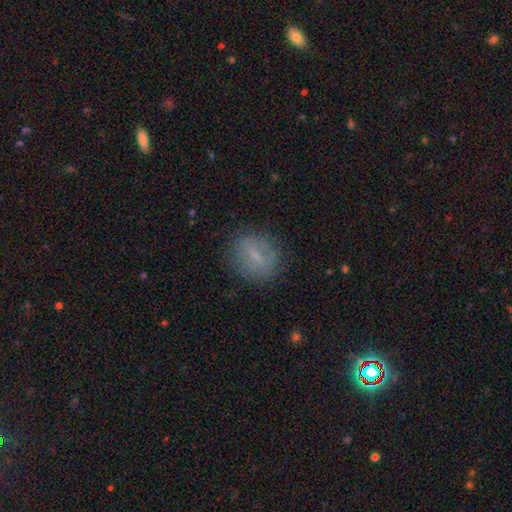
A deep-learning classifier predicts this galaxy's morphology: Smooth or featured?
  - smooth: 53% *
  - featured or disk: 36%
  - star or artifact: 11%
How rounded?
  - round: 62% *
  - in between: 36%
  - cigar-shaped: 3%
Merging?
  - none: 78% *
  - minor disturbance: 14%
  - major disturbance: 6%
  - merger: 1%